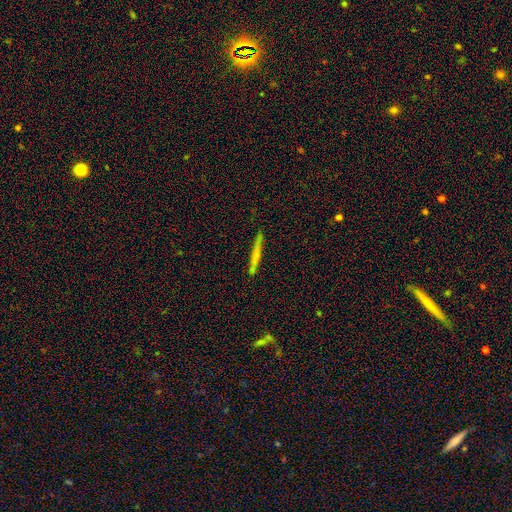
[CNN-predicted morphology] Smooth or featured? smooth (46%, tied with featured or disk)
Merging? none (88%)